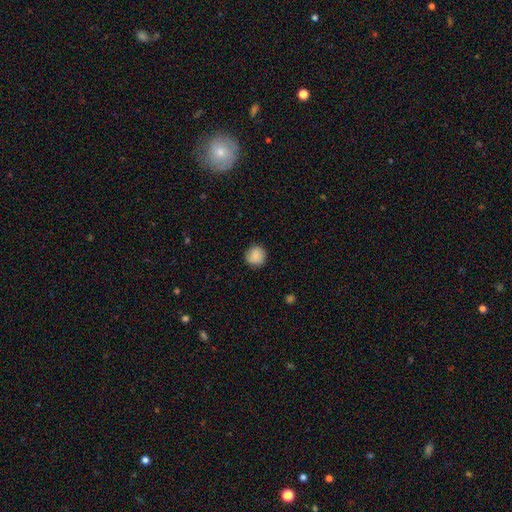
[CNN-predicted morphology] This is clearly a smooth galaxy (86%). How rounded: clearly round (92%). Merging: clearly none (85%).